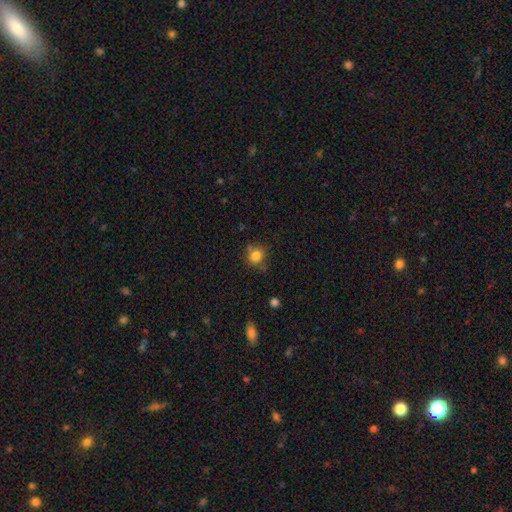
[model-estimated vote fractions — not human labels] smooth 80%, star or artifact 12%, featured or disk 8%. Down the decision tree: how rounded — round (82%); merging — none (69%).